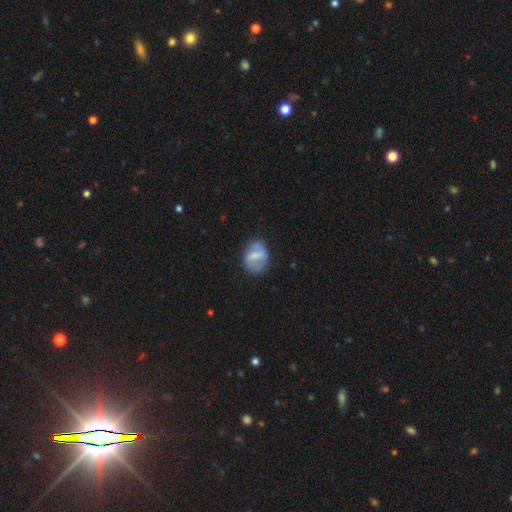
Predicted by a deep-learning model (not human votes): Smooth or featured? Predicted: smooth (p=0.50). Merging? Predicted: none (p=0.68).